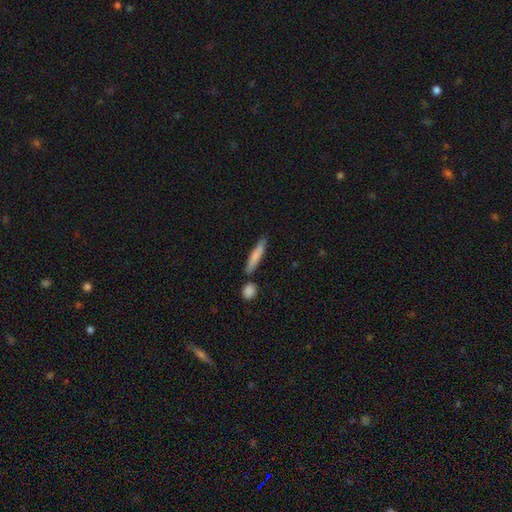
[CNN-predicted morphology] A smooth galaxy with no disk features (76%) that is cigar-shaped (90%).

Vote fractions:
- Smooth or featured? smooth: 76% / featured or disk: 18% / star or artifact: 5%
- How rounded? cigar-shaped: 90% / in between: 9% / round: 2%
- Merging? none: 80% / minor disturbance: 11% / merger: 7% / major disturbance: 2%